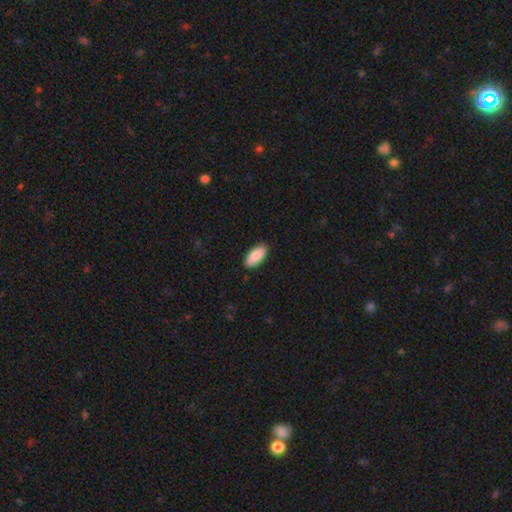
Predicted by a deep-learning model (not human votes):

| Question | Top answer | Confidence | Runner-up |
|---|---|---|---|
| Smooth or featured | smooth | 90% | star or artifact (6%) |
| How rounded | in between | 91% | cigar-shaped (7%) |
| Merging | none | 88% | minor disturbance (9%) |